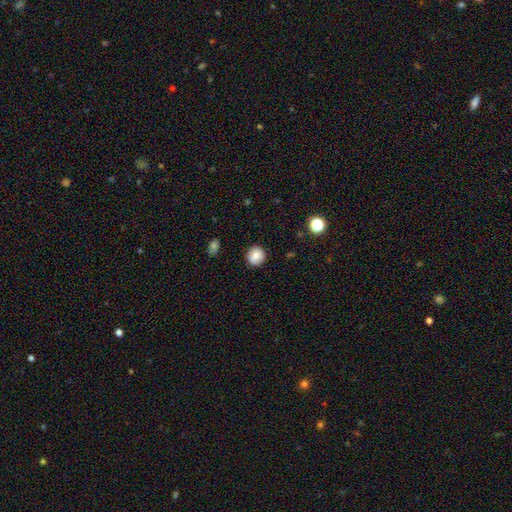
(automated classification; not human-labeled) Q: Smooth or featured?
A: smooth (83%); runner-up: star or artifact (9%)
Q: How rounded?
A: round (91%); runner-up: in between (8%)
Q: Merging?
A: none (88%); runner-up: minor disturbance (9%)